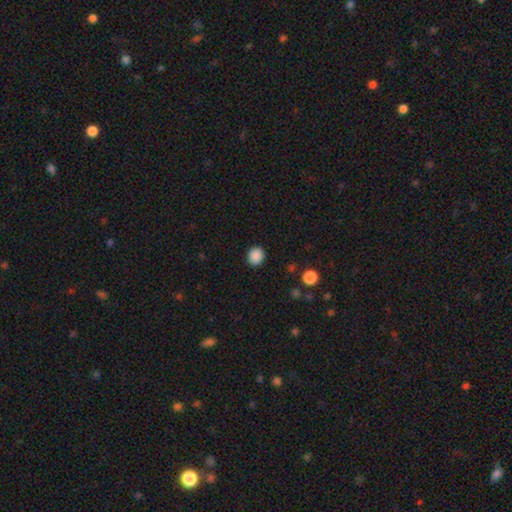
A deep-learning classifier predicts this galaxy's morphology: Overall: smooth (88%). How rounded: round (77%). Merging: none (90%).